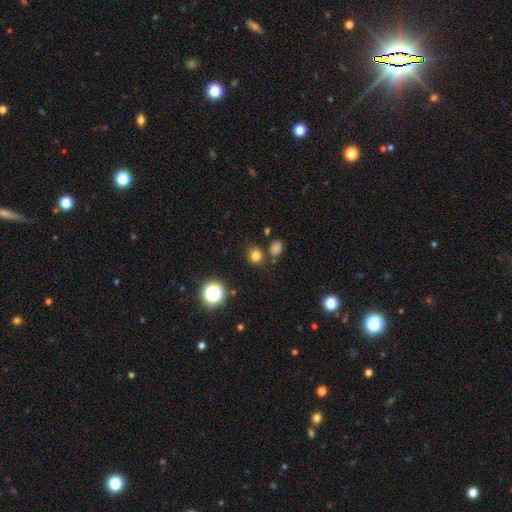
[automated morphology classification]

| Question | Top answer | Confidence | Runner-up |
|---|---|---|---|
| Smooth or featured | smooth | 75% | star or artifact (19%) |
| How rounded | round | 79% | in between (20%) |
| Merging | none | 79% | minor disturbance (10%) |